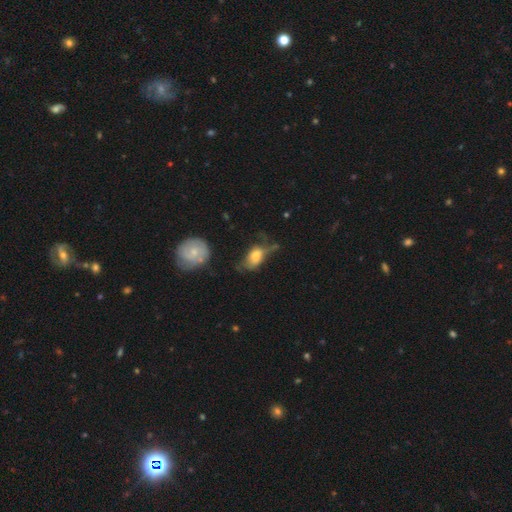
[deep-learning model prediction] smooth-or-featured: smooth: 65% | featured or disk: 26% | star or artifact: 9%
  how-rounded: in between: 84% | round: 12% | cigar-shaped: 4%
  merging: major disturbance: 32% | none: 31% | minor disturbance: 29% | merger: 7%